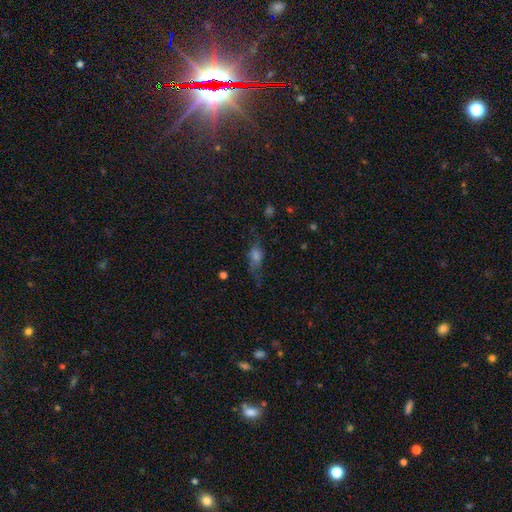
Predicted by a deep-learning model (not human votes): The model was most divided on "smooth or featured": smooth: 45%, featured or disk: 30%, star or artifact: 25%. More confident: merging — none (53%).